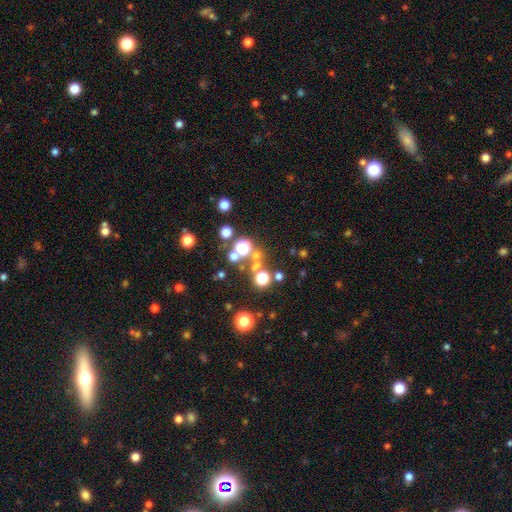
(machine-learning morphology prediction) type=star or artifact (50%).